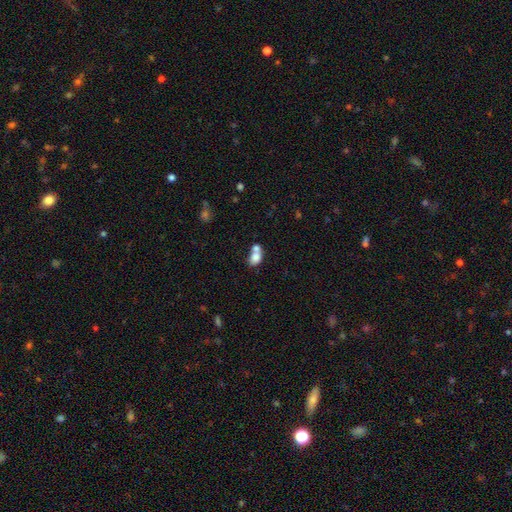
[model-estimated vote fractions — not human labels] Morphology: type=smooth (78%); roundness=in between (68%); merging=merger (58%).